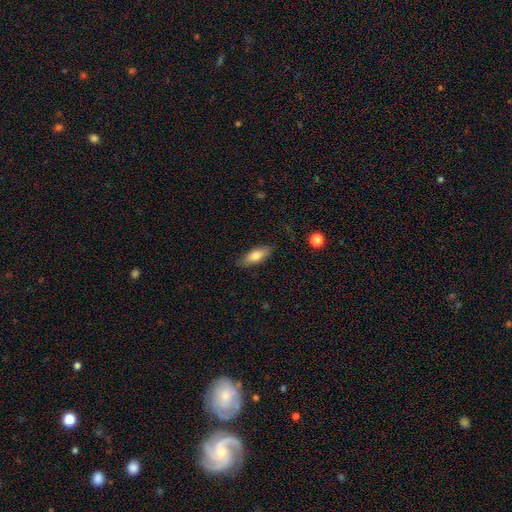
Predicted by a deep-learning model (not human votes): A smooth galaxy with no disk features (74%) that is in between round and cigar-shaped (69%).

Vote fractions:
- Smooth or featured? smooth: 74% / featured or disk: 19% / star or artifact: 7%
- How rounded? in between: 69% / cigar-shaped: 28% / round: 3%
- Merging? none: 84% / minor disturbance: 12% / major disturbance: 2% / merger: 1%